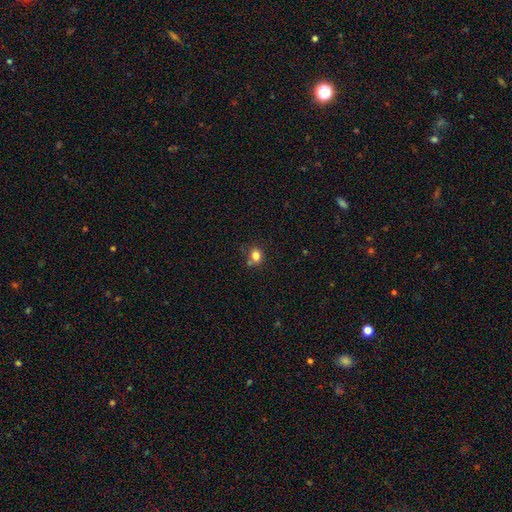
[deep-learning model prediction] smooth_or_featured: smooth (p=0.80) [alt: star or artifact p=0.13]
how_rounded: round (p=0.68) [alt: in between p=0.31]
merging: none (p=0.65) [alt: minor disturbance p=0.16]